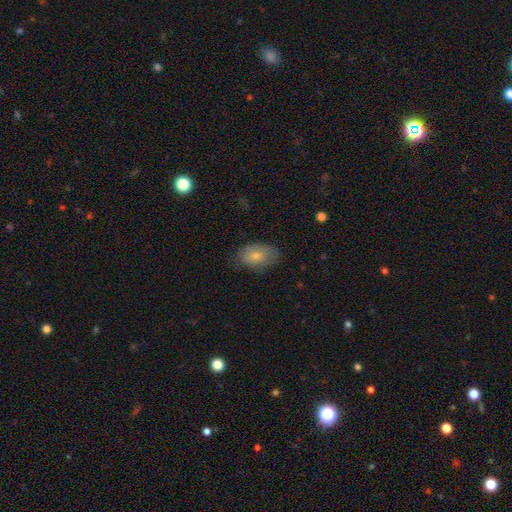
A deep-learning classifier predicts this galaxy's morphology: A smooth galaxy with no disk features (78%) that is in between round and cigar-shaped (90%).

Vote fractions:
- Smooth or featured? smooth: 78% / featured or disk: 15% / star or artifact: 7%
- How rounded? in between: 90% / round: 8% / cigar-shaped: 1%
- Merging? none: 69% / minor disturbance: 24% / major disturbance: 6% / merger: 1%